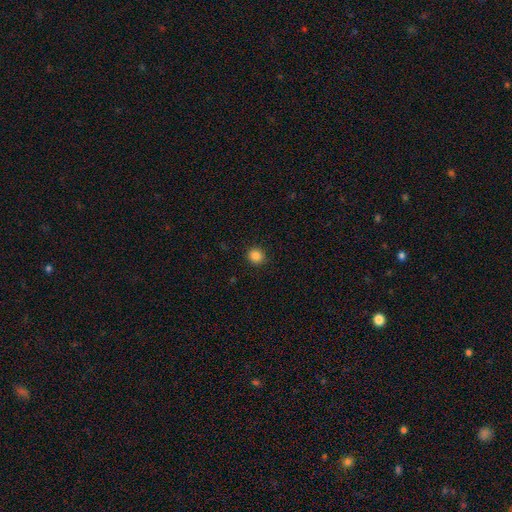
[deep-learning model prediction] This appears to be a smooth galaxy with no disk features (86%) that is round (85%). Merging: none (91%).